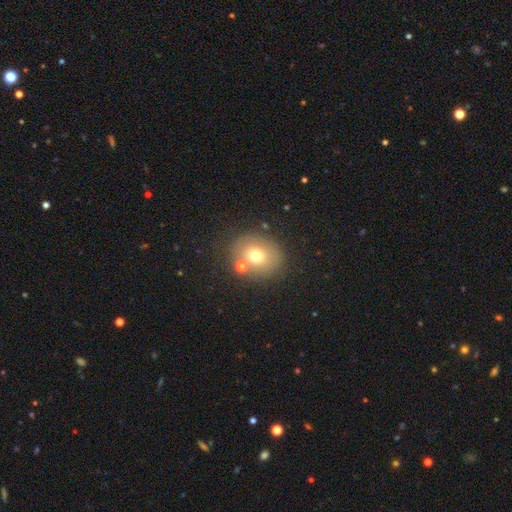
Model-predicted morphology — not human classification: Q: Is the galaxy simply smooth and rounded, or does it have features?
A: smooth — 66%.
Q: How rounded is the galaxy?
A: round — 71%.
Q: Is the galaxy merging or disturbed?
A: none — 72%.